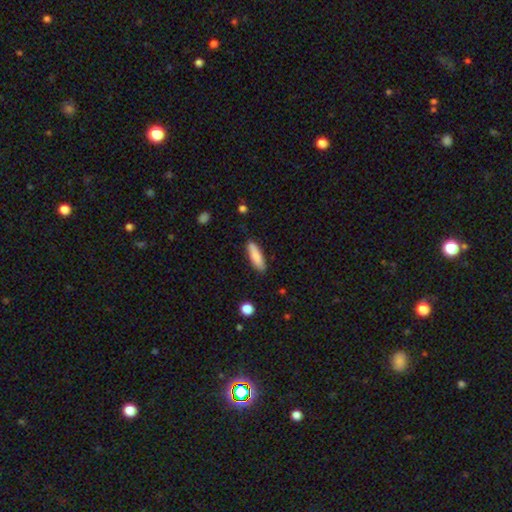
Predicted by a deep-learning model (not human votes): Smooth or featured? Predicted: smooth (p=0.84). How rounded? Predicted: cigar-shaped (p=0.62). Merging? Predicted: none (p=0.85).